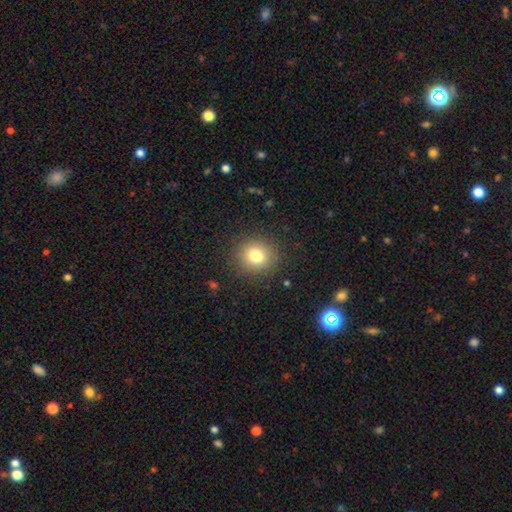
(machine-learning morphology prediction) smooth_or_featured: smooth (p=0.78) [alt: star or artifact p=0.13]
how_rounded: round (p=0.85) [alt: in between p=0.14]
merging: none (p=0.88) [alt: minor disturbance p=0.08]